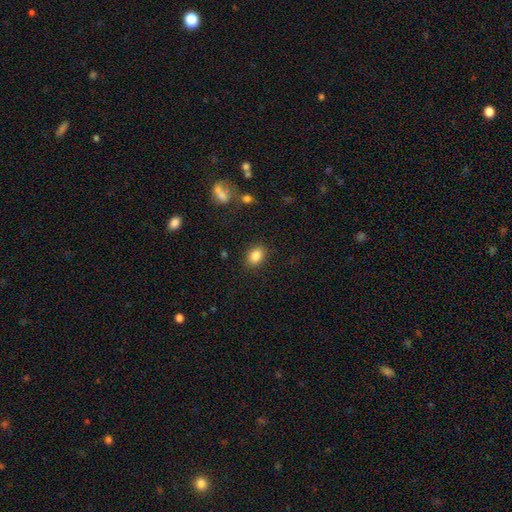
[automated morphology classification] type=smooth (85%); roundness=in between (71%); merging=none (86%).